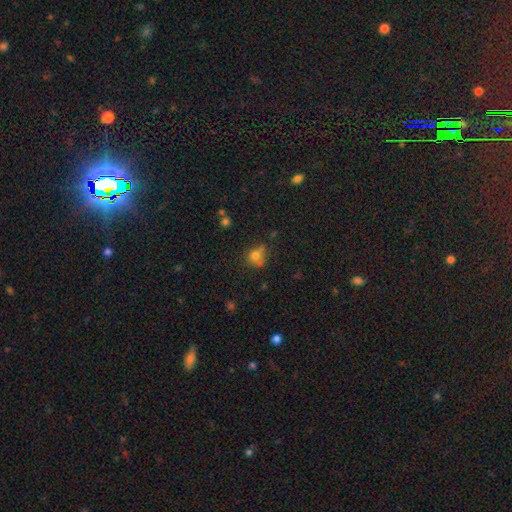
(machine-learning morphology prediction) Smooth or featured?
  - smooth: 73% *
  - star or artifact: 16%
  - featured or disk: 11%
How rounded?
  - round: 70% *
  - in between: 29%
  - cigar-shaped: 1%
Merging?
  - none: 49% *
  - minor disturbance: 25%
  - merger: 15%
  - major disturbance: 11%